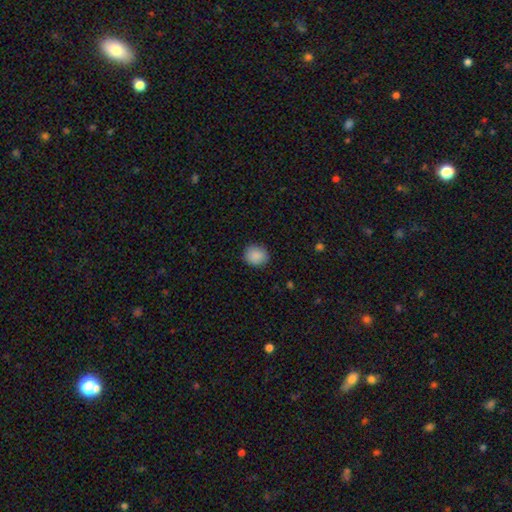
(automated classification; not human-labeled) Q: Smooth or featured?
A: smooth (89%); runner-up: star or artifact (7%)
Q: How rounded?
A: round (80%); runner-up: in between (19%)
Q: Merging?
A: none (88%); runner-up: minor disturbance (9%)